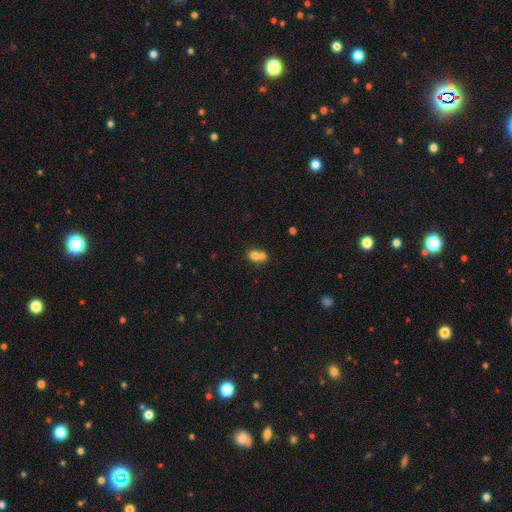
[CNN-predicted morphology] smooth_or_featured: smooth (p=0.71) [alt: featured or disk p=0.18]
how_rounded: round (p=0.65) [alt: in between p=0.34]
merging: merger (p=0.63) [alt: none p=0.28]